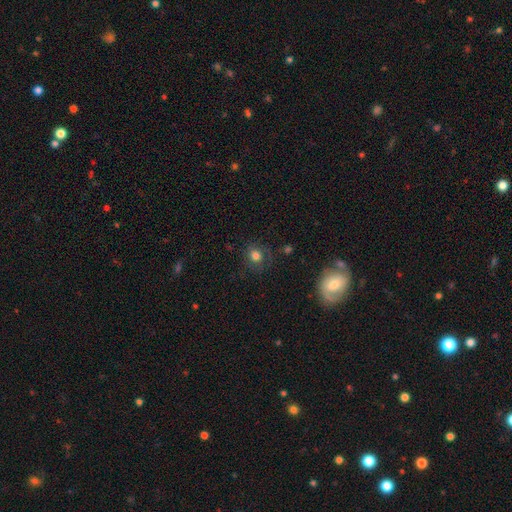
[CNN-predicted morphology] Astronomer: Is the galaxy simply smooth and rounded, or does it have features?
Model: smooth — 74%.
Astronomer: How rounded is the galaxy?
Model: round — 80%.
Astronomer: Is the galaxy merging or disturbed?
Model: none — 74%.